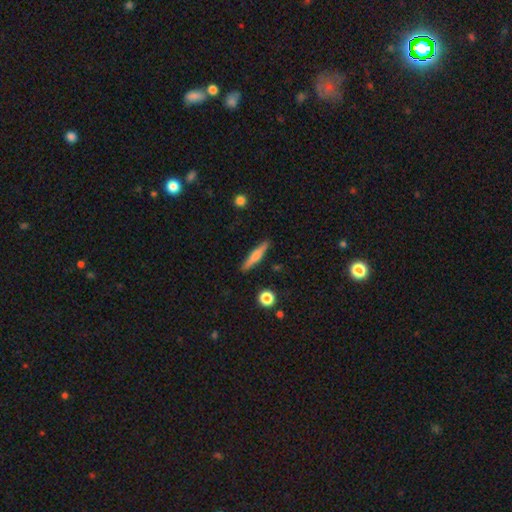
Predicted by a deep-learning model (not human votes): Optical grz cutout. It shows a smooth galaxy with no disk features (59%) that is cigar-shaped (90%). Merging: none (89%).